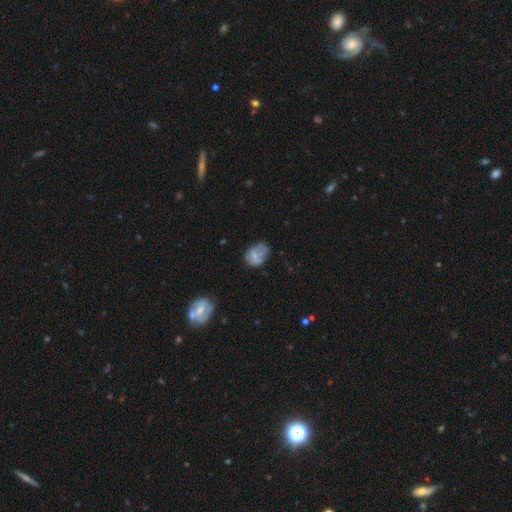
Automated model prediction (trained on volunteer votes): smooth_or_featured: smooth (p=0.57) [alt: featured or disk p=0.33]
how_rounded: in between (p=0.71) [alt: round p=0.28]
merging: none (p=0.45) [alt: minor disturbance p=0.31]